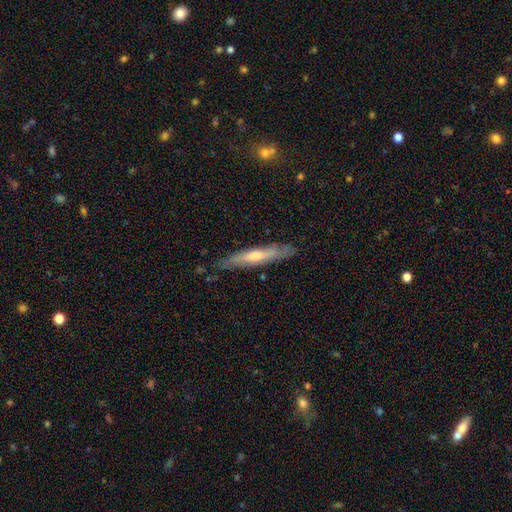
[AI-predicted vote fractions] Smooth or featured? featured or disk (55%)
Edge-on disk? yes (81%)
Merging? none (80%)